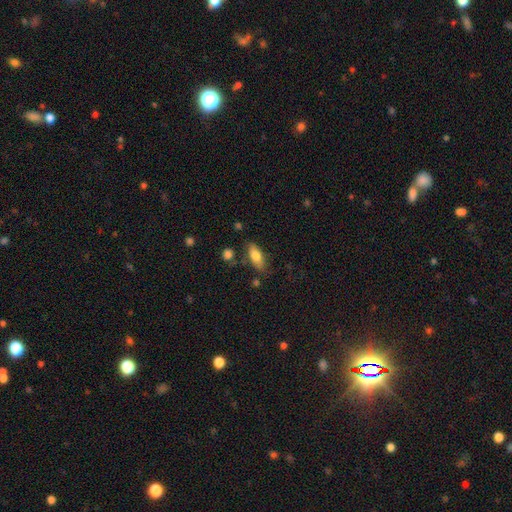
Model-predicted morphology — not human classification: Overall: smooth (77%). How rounded: in between (80%). Merging: none (76%).